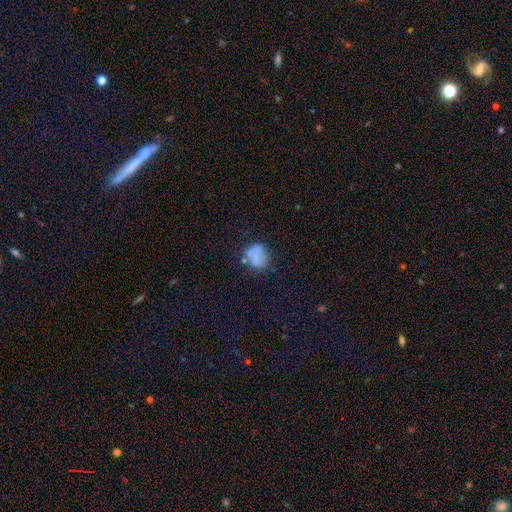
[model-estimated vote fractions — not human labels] Smooth or featured: smooth — 71% (featured or disk — 16%)
How rounded: round — 69% (in between — 30%)
Merging: none — 60% (minor disturbance — 22%)